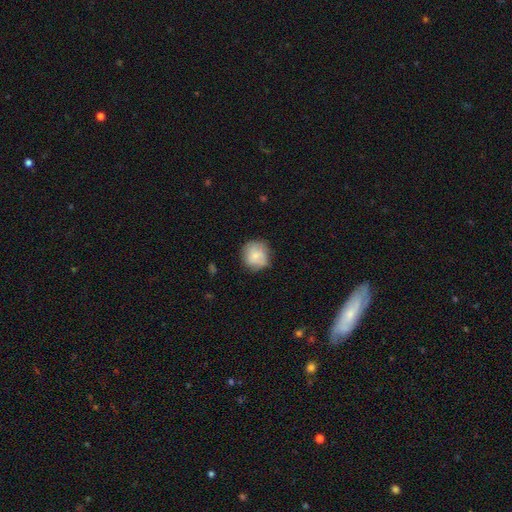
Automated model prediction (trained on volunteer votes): Smooth or featured: smooth — 77% (featured or disk — 15%)
How rounded: round — 89% (in between — 10%)
Merging: none — 74% (minor disturbance — 20%)